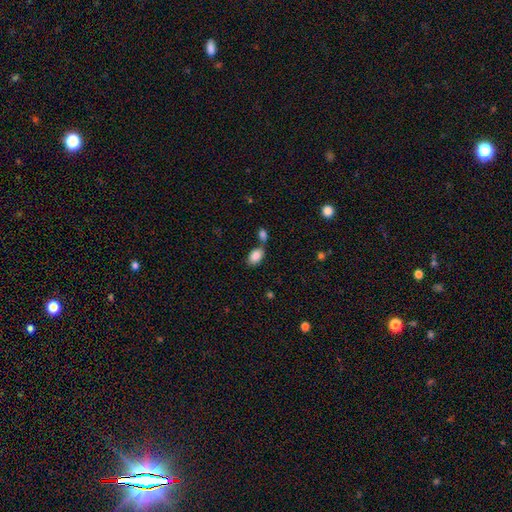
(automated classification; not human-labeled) Overall: smooth (88%). How rounded: in between (92%). Merging: none (58%; merger 25%).